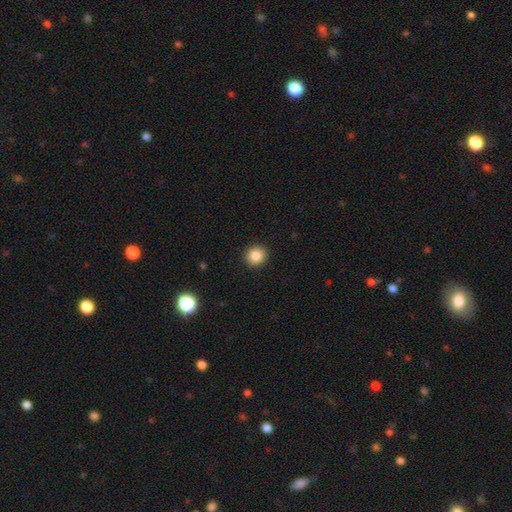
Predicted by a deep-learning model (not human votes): This is clearly a smooth galaxy (85%). How rounded: clearly round (90%). Merging: clearly none (92%).